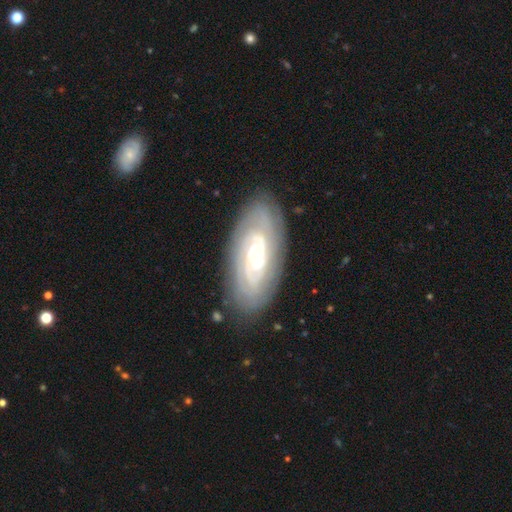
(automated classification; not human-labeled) A featured or disk galaxy (82%) with no bar (64%), tight (77%) spiral arms (95%) and a small central bulge (63%).

Vote fractions:
- Smooth or featured? featured or disk: 82% / smooth: 12% / star or artifact: 6%
- Edge-on disk? no: 93% / yes: 7%
- Bar? no: 64% / weak: 27% / strong: 9%
- Spiral arms? yes: 95% / no: 5%
- Spiral winding? tight: 77% / medium: 19% / loose: 4%
- Spiral arm count? can't tell: 38% / 2: 29% / 3: 14% / 4: 9% / more than 4: 5% / 1: 5%
- Bulge size? small: 63% / moderate: 30% / large: 4% / none: 2% / dominant: 1%
- Merging? none: 82% / minor disturbance: 13% / major disturbance: 4% / merger: 1%